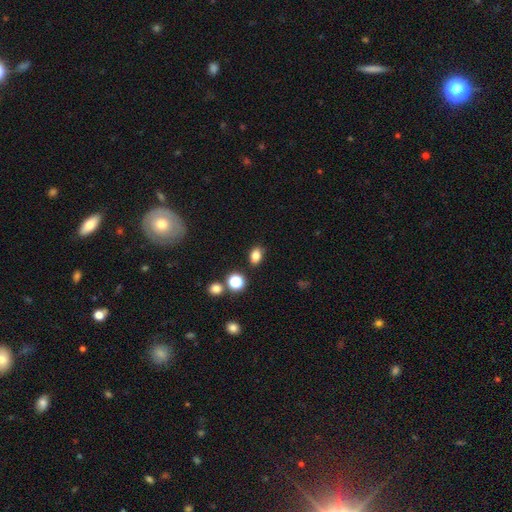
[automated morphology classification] smooth-or-featured: smooth: 81% | star or artifact: 13% | featured or disk: 6%
  how-rounded: in between: 74% | round: 24% | cigar-shaped: 1%
  merging: none: 81% | minor disturbance: 12% | merger: 4% | major disturbance: 3%